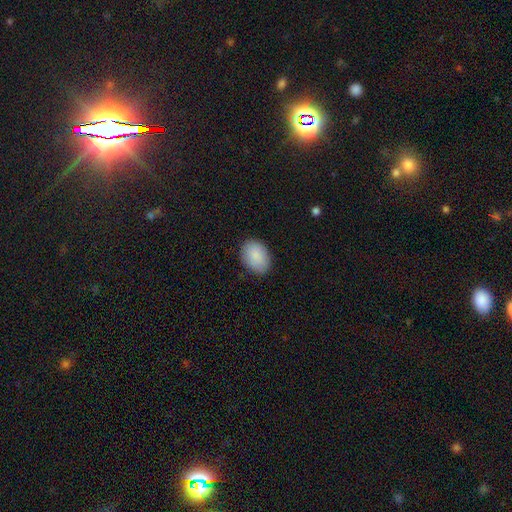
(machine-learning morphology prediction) type=smooth (89%); roundness=in between (78%); merging=none (86%).